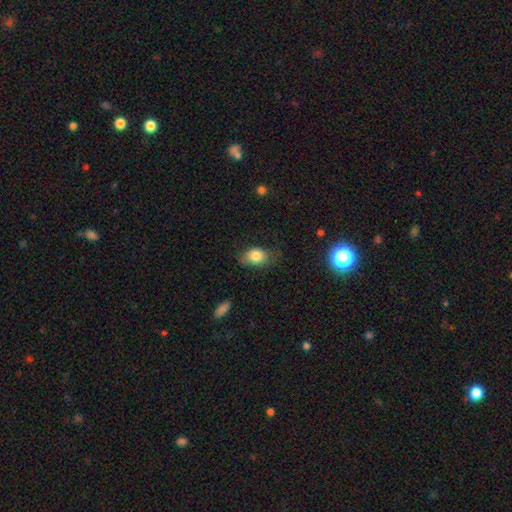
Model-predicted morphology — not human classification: Smooth or featured: smooth — 81% (featured or disk — 10%)
How rounded: in between — 77% (round — 22%)
Merging: none — 65% (minor disturbance — 25%)